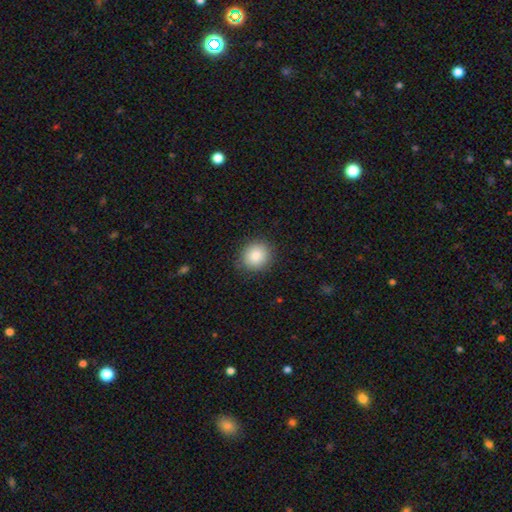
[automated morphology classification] Smooth or featured: smooth — 86% (star or artifact — 9%)
How rounded: round — 84% (in between — 15%)
Merging: none — 87% (minor disturbance — 9%)